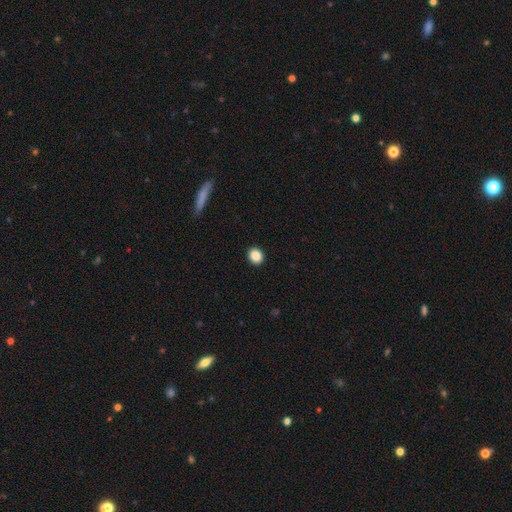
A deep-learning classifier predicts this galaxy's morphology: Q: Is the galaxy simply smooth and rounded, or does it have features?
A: smooth — 89%.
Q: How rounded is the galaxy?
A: round — 63%.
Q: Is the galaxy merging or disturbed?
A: none — 91%.